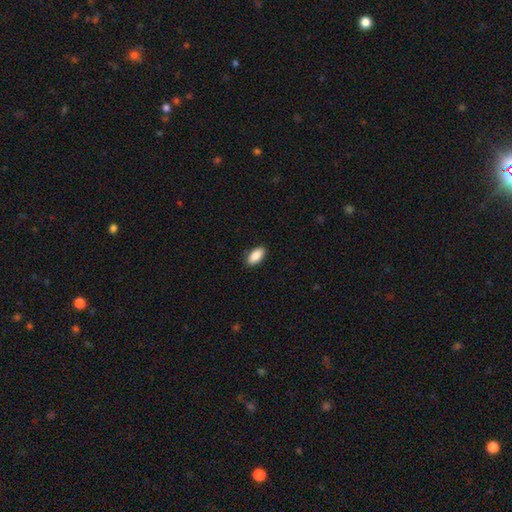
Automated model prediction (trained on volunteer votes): Smooth or featured: smooth — 88% (star or artifact — 6%)
How rounded: in between — 92% (cigar-shaped — 6%)
Merging: none — 89% (minor disturbance — 9%)